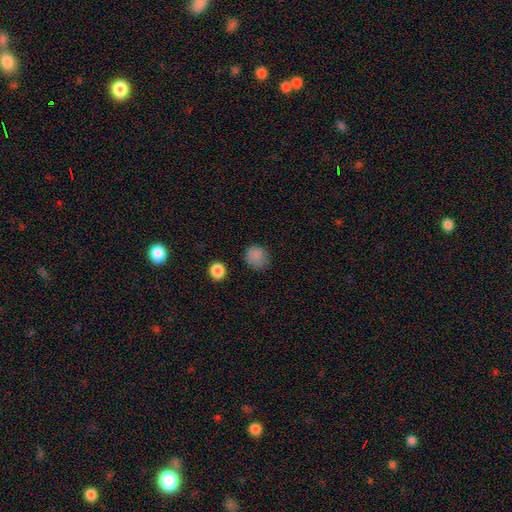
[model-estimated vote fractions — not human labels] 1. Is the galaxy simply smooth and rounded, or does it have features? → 84% smooth, 12% star or artifact, 4% featured or disk.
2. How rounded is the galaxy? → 85% round, 14% in between, 1% cigar-shaped.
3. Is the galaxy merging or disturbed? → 75% none, 18% minor disturbance, 5% major disturbance, 2% merger.